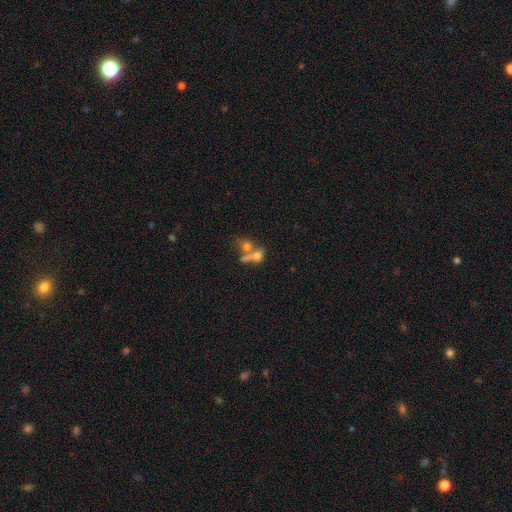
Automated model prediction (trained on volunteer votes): Morphology: type=smooth (63%); roundness=in between (49%); merging=merger (57%).